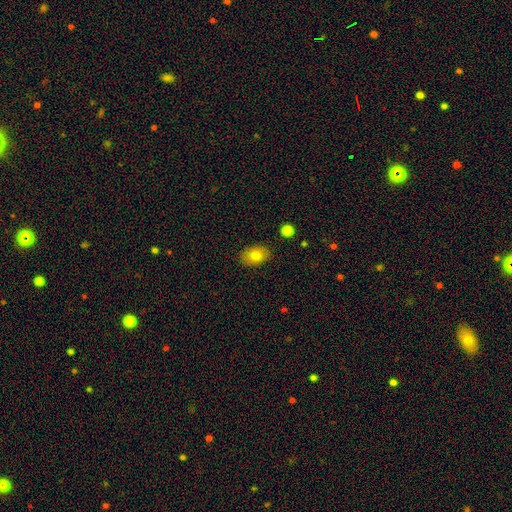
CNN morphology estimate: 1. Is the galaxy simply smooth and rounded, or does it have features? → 78% smooth, 13% featured or disk, 8% star or artifact.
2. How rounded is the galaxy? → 81% in between, 18% round, 1% cigar-shaped.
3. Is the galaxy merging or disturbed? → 86% none, 10% minor disturbance, 2% major disturbance, 1% merger.